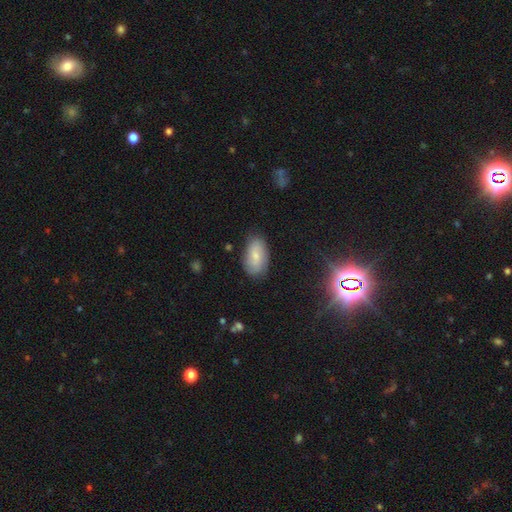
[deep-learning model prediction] A smooth galaxy with no disk features (68%) that is in between round and cigar-shaped (92%).

Vote fractions:
- Smooth or featured? smooth: 68% / featured or disk: 23% / star or artifact: 9%
- How rounded? in between: 92% / round: 6% / cigar-shaped: 2%
- Merging? none: 77% / minor disturbance: 18% / major disturbance: 4% / merger: 2%